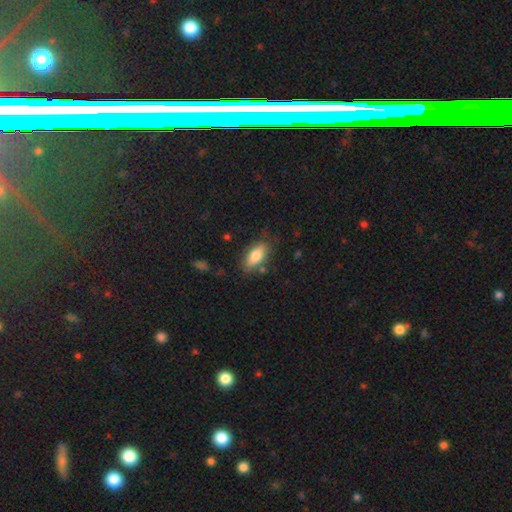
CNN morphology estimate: Q: Smooth or featured?
A: smooth (75%); runner-up: featured or disk (18%)
Q: How rounded?
A: in between (81%); runner-up: cigar-shaped (16%)
Q: Merging?
A: none (77%); runner-up: minor disturbance (16%)